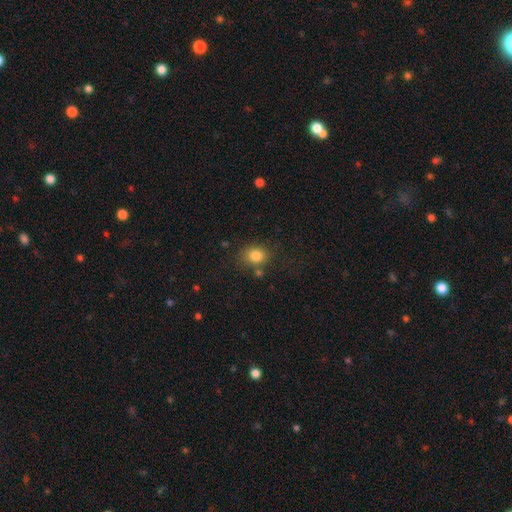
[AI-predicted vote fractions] A smooth galaxy with no disk features (82%) that is round (58%).

Vote fractions:
- Smooth or featured? smooth: 82% / star or artifact: 11% / featured or disk: 7%
- How rounded? round: 58% / in between: 41% / cigar-shaped: 1%
- Merging? none: 71% / minor disturbance: 15% / merger: 9% / major disturbance: 5%